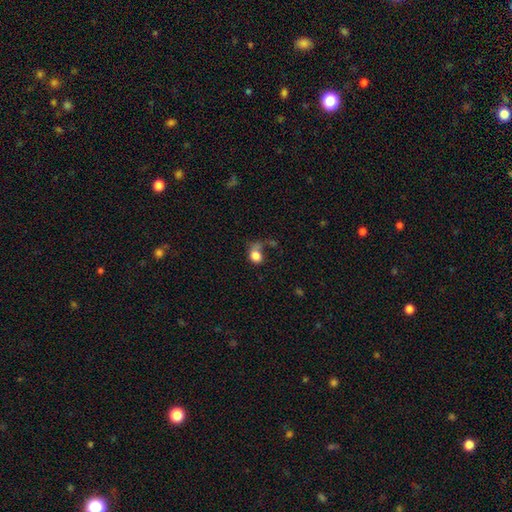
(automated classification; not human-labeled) A smooth galaxy with no disk features (80%) that is in between round and cigar-shaped (54%). Merging: major disturbance (32%).